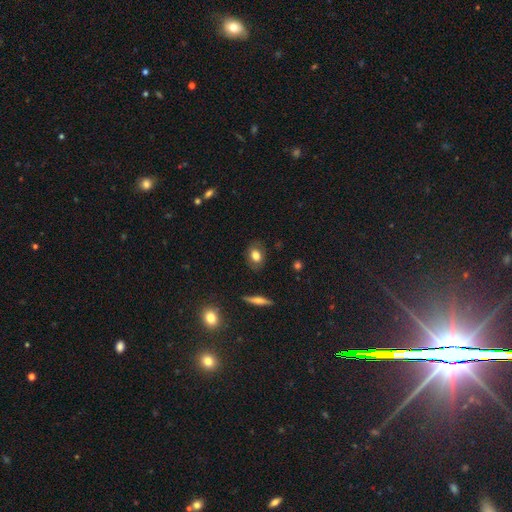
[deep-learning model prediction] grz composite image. It shows a smooth galaxy with no disk features (77%) that is in between round and cigar-shaped (69%). Merging: none (83%).